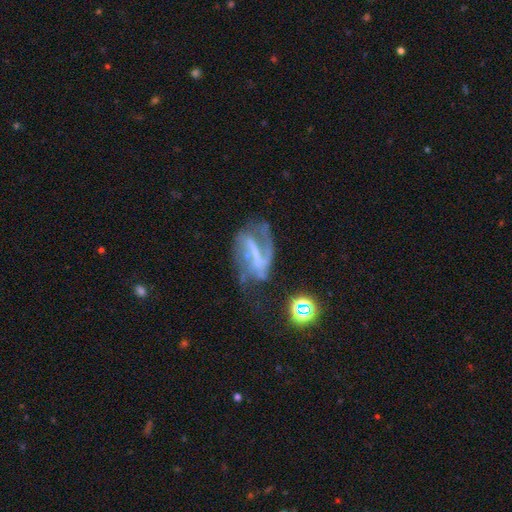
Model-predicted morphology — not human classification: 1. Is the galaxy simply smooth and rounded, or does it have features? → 75% featured or disk, 13% star or artifact, 12% smooth.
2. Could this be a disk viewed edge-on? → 96% no, 4% yes.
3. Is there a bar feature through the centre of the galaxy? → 50% strong, 32% weak, 18% no.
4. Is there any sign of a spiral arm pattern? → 81% yes, 19% no.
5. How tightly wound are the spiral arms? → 46% loose, 37% medium, 17% tight.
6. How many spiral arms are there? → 55% 2, 19% can't tell, 15% 1, 7% 3, 2% 4, 2% more than 4.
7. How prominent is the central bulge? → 59% none, 26% small, 11% moderate, 3% large, 1% dominant.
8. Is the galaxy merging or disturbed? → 36% major disturbance (tied), 36% none (tied), 22% minor disturbance, 6% merger.